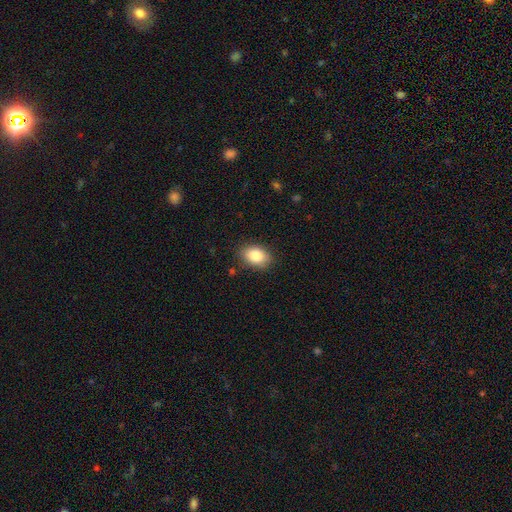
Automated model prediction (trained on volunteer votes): smooth_or_featured: smooth (p=0.85) [alt: star or artifact p=0.08]
how_rounded: in between (p=0.80) [alt: round p=0.18]
merging: none (p=0.85) [alt: minor disturbance p=0.11]